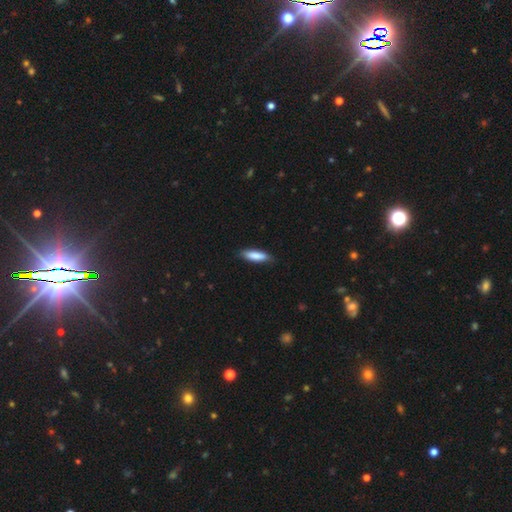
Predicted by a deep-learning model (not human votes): This appears to be a smooth galaxy with no disk features (84%) that is cigar-shaped (61%). Merging: none (83%).